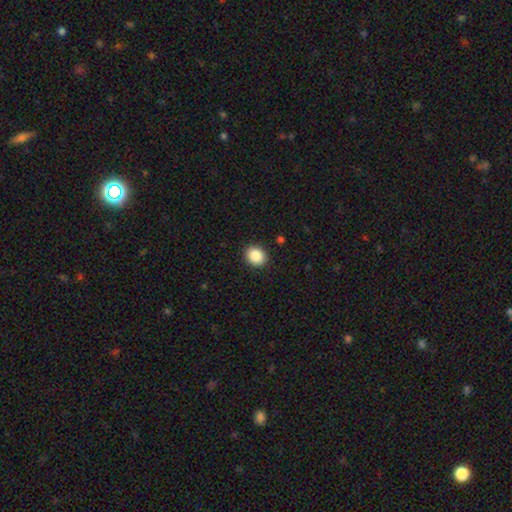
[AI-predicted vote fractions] smooth-or-featured: smooth: 88% | star or artifact: 9% | featured or disk: 3%
  how-rounded: round: 66% | in between: 33% | cigar-shaped: 1%
  merging: none: 91% | minor disturbance: 6% | major disturbance: 2% | merger: 1%